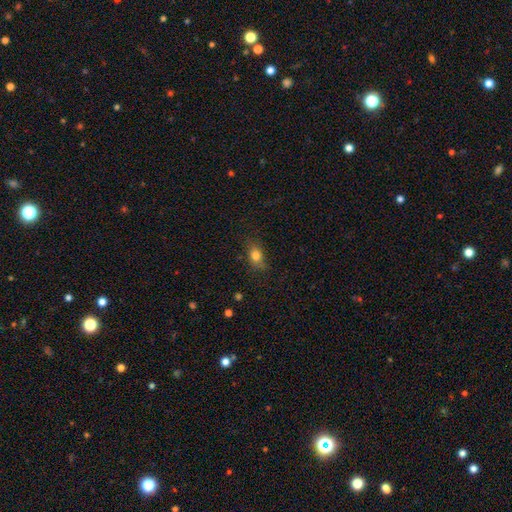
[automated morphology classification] Smooth or featured? smooth (81%)
How rounded? in between (69%)
Merging? none (74%)